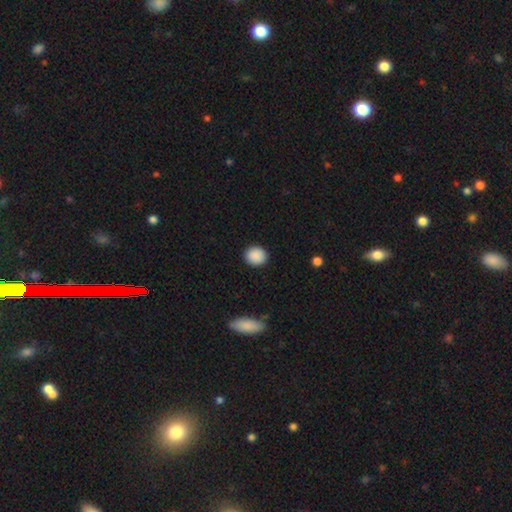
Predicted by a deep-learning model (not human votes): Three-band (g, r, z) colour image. It shows a smooth galaxy with no disk features (90%) that is round (79%). Merging: none (90%).